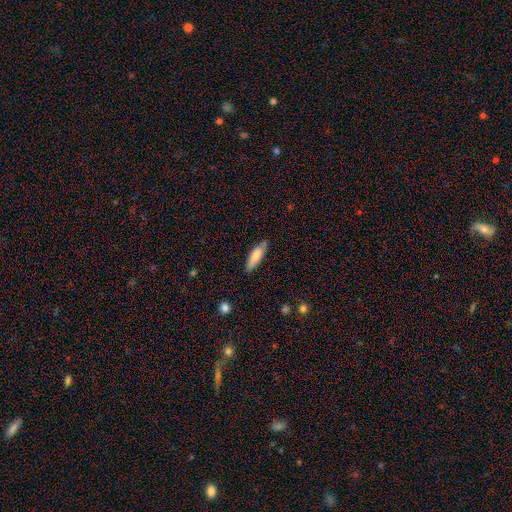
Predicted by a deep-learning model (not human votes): Morphology: type=smooth (80%); roundness=cigar-shaped (55%); merging=none (81%).